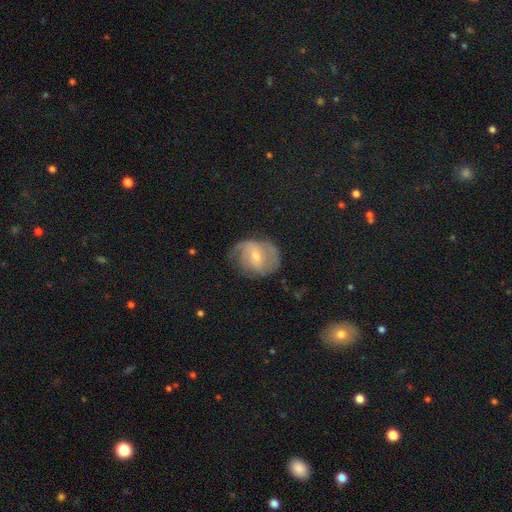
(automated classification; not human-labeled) The model was most divided on "spiral winding": medium: 42%, tight: 39%, loose: 18%. Remaining: edge-on disk — no (97%); spiral arms — yes (89%); smooth or featured — featured or disk (68%); merging — none (60%); bulge size — small (54%); bar — weak (50%); spiral arm count — 2 (46%).